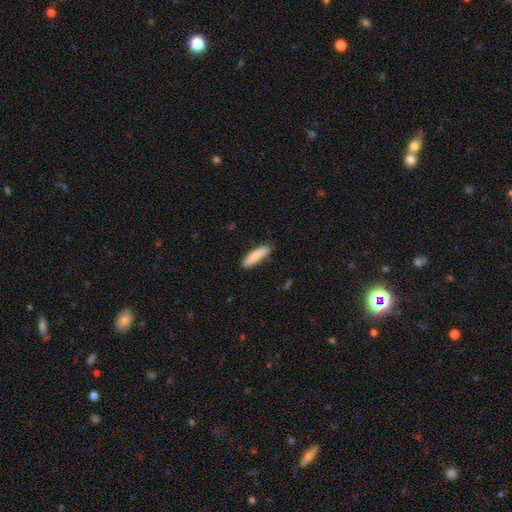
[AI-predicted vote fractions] smooth_or_featured: smooth (p=0.83) [alt: featured or disk p=0.12]
how_rounded: cigar-shaped (p=0.67) [alt: in between p=0.31]
merging: none (p=0.86) [alt: minor disturbance p=0.11]